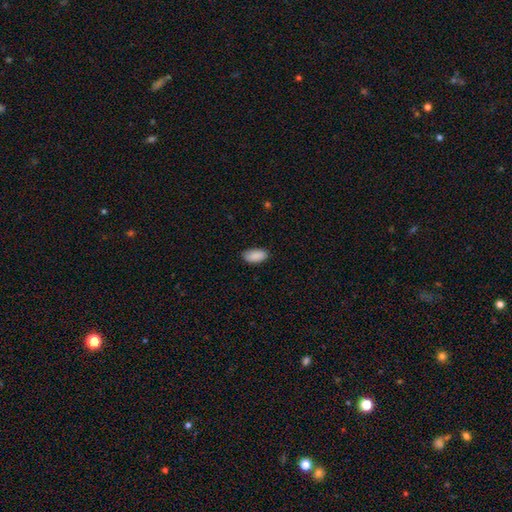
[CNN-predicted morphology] A smooth galaxy with no disk features (90%) that is in between round and cigar-shaped (94%).

Vote fractions:
- Smooth or featured? smooth: 90% / star or artifact: 6% / featured or disk: 3%
- How rounded? in between: 94% / cigar-shaped: 3% / round: 2%
- Merging? none: 85% / minor disturbance: 11% / major disturbance: 2% / merger: 1%